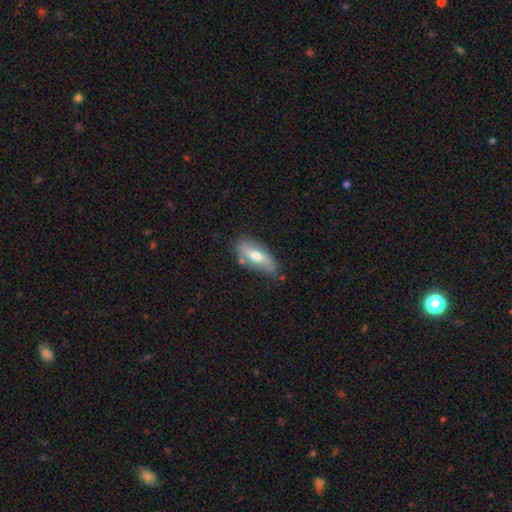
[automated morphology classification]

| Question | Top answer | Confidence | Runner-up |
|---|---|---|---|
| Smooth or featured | smooth | 57% | featured or disk (37%) |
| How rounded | in between | 81% | cigar-shaped (15%) |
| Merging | none | 66% | minor disturbance (24%) |